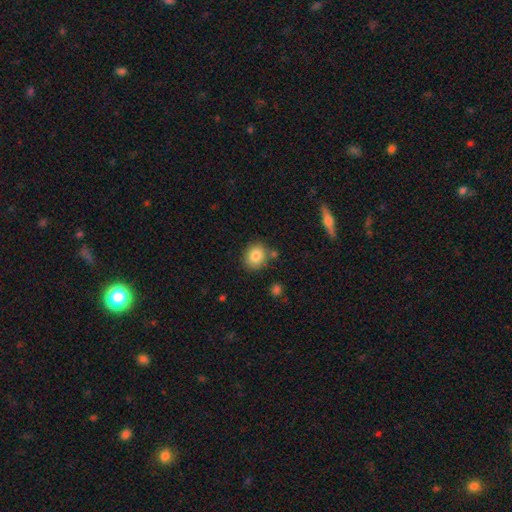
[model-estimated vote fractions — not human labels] This appears to be a smooth galaxy with no disk features (83%) that is round (63%). Merging: none (79%).